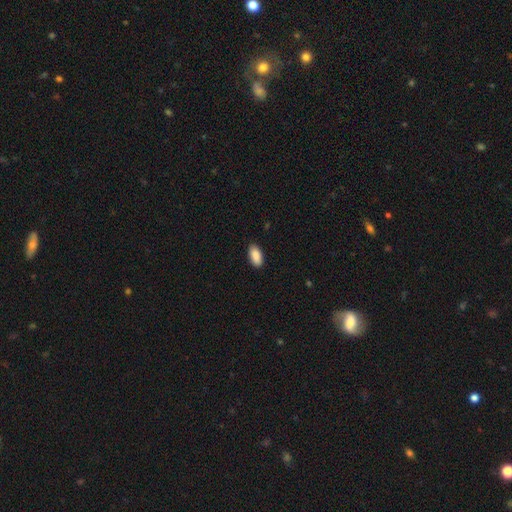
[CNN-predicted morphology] type=smooth (90%); roundness=in between (93%); merging=none (88%).